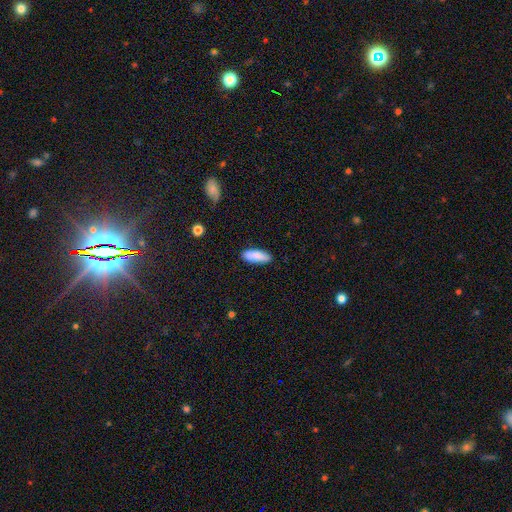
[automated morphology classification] Smooth or featured?
  - smooth: 87% *
  - featured or disk: 7%
  - star or artifact: 6%
How rounded?
  - in between: 61% *
  - cigar-shaped: 37%
  - round: 2%
Merging?
  - none: 86% *
  - minor disturbance: 10%
  - major disturbance: 2%
  - merger: 1%